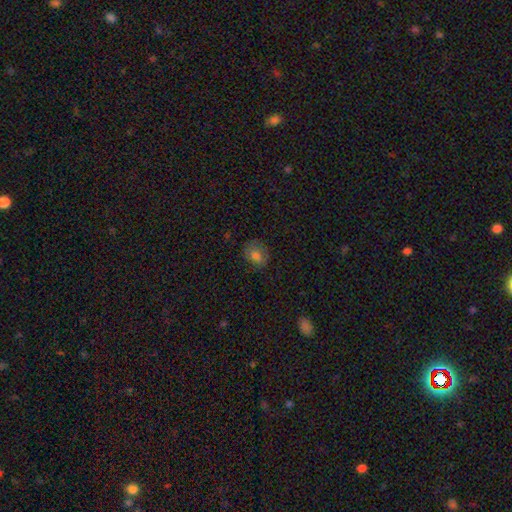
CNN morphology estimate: smooth 76%, star or artifact 13%, featured or disk 11%. Down the decision tree: how rounded — in between (58%); merging — none (71%).